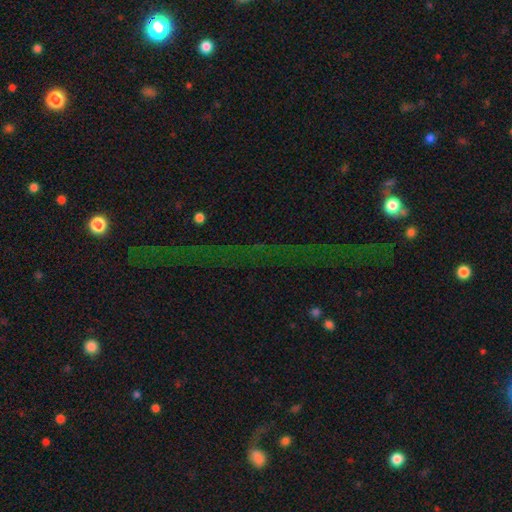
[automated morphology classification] Smooth or featured: star or artifact — 71% (featured or disk — 16%)